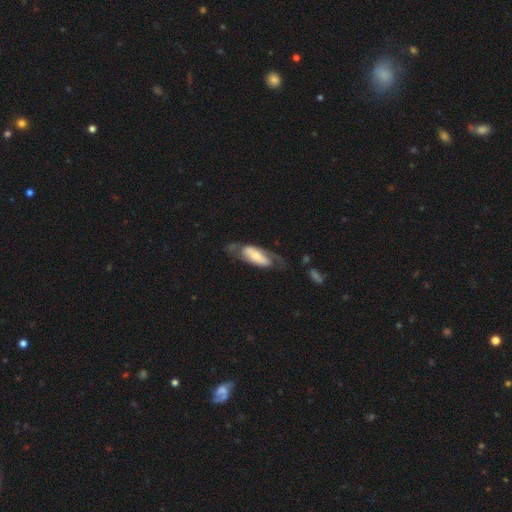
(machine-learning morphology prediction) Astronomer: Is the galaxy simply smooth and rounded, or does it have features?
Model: featured or disk — 60%.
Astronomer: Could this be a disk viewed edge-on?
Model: no — 84%.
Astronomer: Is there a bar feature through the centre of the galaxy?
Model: no — 37% (runner-up: strong, 36%).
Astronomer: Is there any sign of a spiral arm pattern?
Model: yes — 70%.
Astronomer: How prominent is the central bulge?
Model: moderate — 45% (runner-up: small, 38%).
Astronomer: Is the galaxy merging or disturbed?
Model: none — 49%.